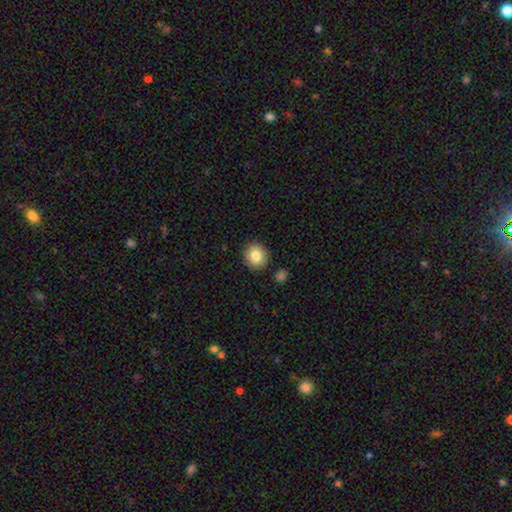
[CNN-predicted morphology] Smooth or featured: smooth — 83% (star or artifact — 9%)
How rounded: round — 80% (in between — 19%)
Merging: none — 89% (minor disturbance — 7%)